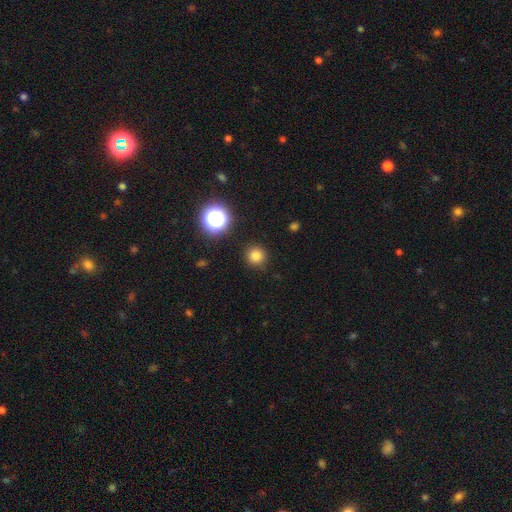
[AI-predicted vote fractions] This is likely a smooth galaxy (79%). How rounded: clearly round (95%). Merging: clearly none (91%).